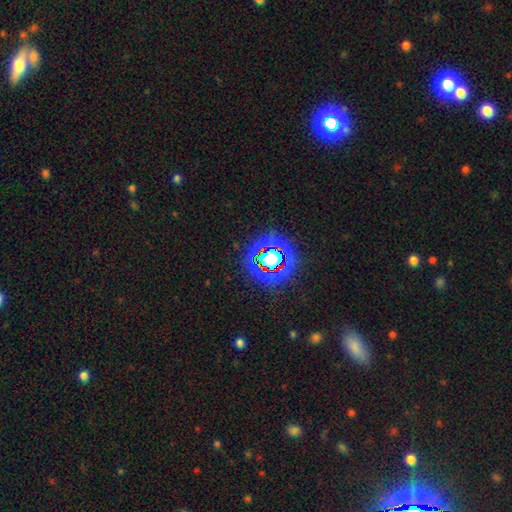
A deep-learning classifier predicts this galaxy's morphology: A star or artifact, not a galaxy (78%).